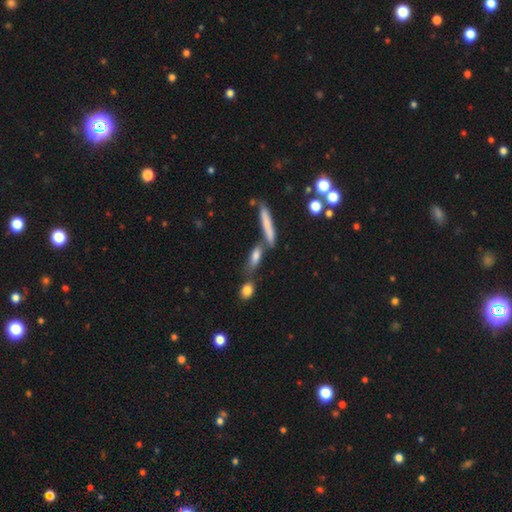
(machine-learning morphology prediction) This is likely a smooth galaxy (68%). How rounded: possibly cigar-shaped (58%). Merging: possibly none (56%).